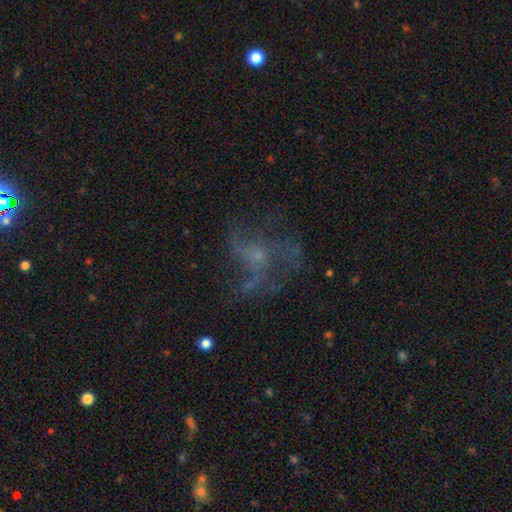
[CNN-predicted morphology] type=featured or disk (65%); edge-on=no (98%); bar=no (77%); spiral arms=yes (68%); bulge=small (59%); merging=none (51%).